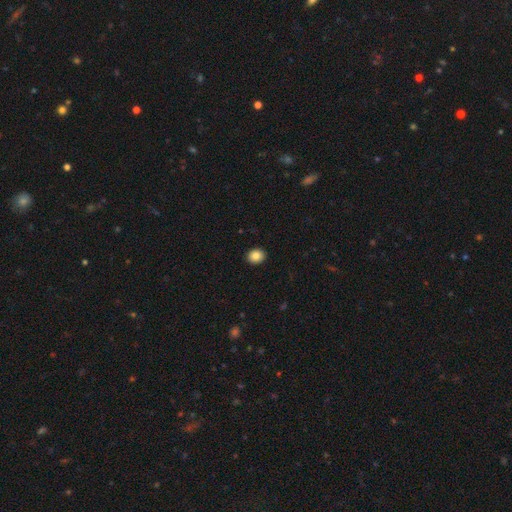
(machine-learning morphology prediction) Q: Smooth or featured?
A: smooth (85%); runner-up: star or artifact (9%)
Q: How rounded?
A: round (58%); runner-up: in between (41%)
Q: Merging?
A: none (92%); runner-up: minor disturbance (6%)